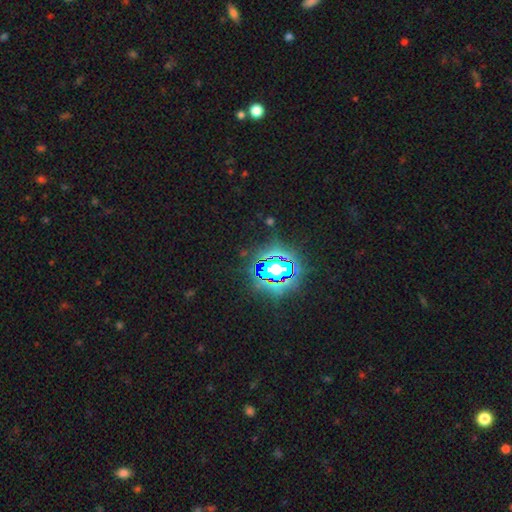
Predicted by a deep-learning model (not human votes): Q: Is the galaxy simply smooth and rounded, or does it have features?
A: star or artifact — 84%.